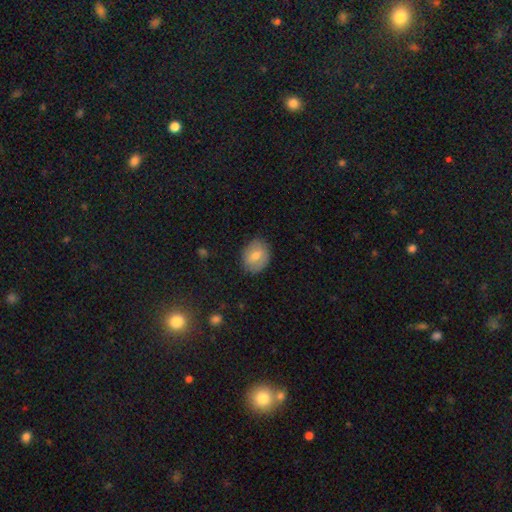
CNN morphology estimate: smooth_or_featured: smooth (p=0.68) [alt: featured or disk p=0.23]
how_rounded: round (p=0.52) [alt: in between p=0.47]
merging: none (p=0.84) [alt: minor disturbance p=0.12]